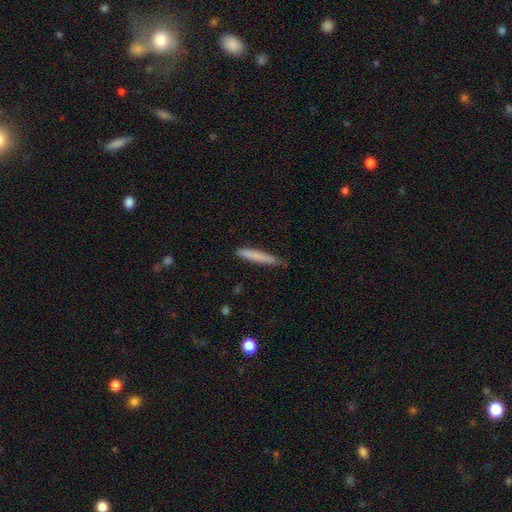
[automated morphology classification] A smooth galaxy with no disk features (76%) that is cigar-shaped (96%). Merging: none (83%).